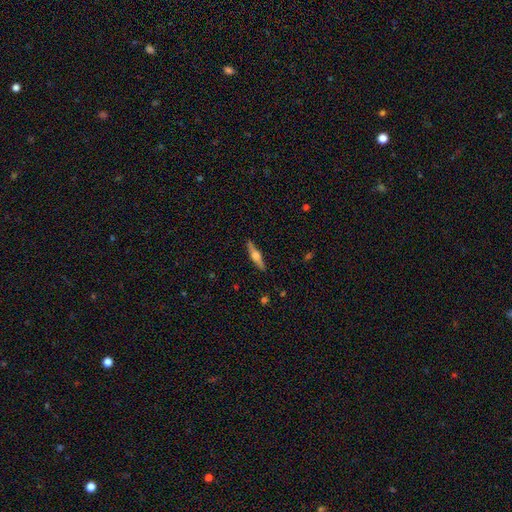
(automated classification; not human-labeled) A featured or disk galaxy (65%) viewed edge-on (97%) with a rounded central bulge (91%).

Vote fractions:
- Smooth or featured? featured or disk: 65% / smooth: 29% / star or artifact: 6%
- Edge-on disk? yes: 97% / no: 3%
- Edge-on bulge? rounded: 91% / boxy: 6% / none: 2%
- Merging? none: 90% / minor disturbance: 7% / major disturbance: 2% / merger: 1%